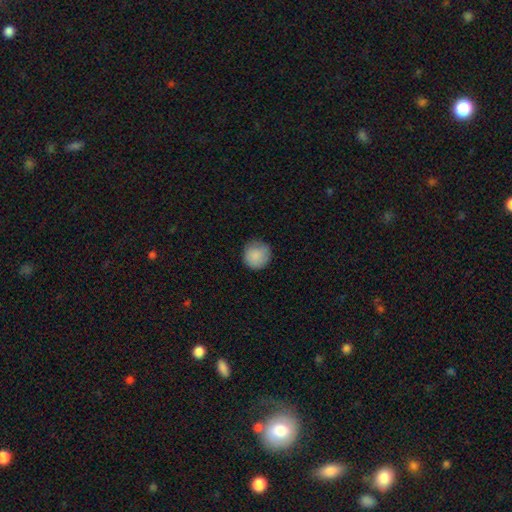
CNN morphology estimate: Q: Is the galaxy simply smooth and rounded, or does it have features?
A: smooth — 88%.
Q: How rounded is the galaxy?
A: round — 94%.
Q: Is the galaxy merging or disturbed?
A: none — 84%.